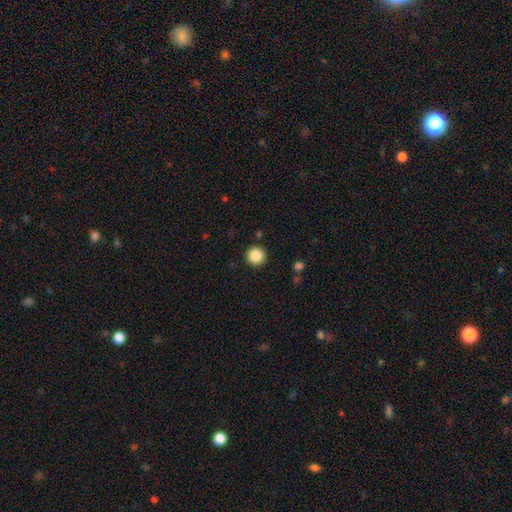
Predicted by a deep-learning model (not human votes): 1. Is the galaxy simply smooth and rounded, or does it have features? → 87% smooth, 9% star or artifact, 4% featured or disk.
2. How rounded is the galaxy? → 96% round, 3% in between, 1% cigar-shaped.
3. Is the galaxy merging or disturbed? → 92% none, 5% minor disturbance, 2% major disturbance, 1% merger.